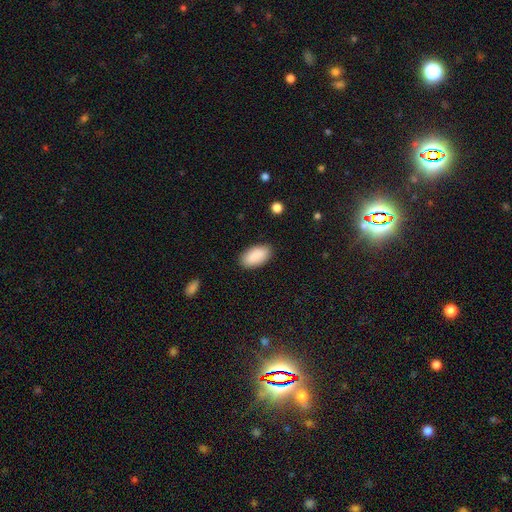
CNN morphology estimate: Q: Smooth or featured?
A: smooth (90%); runner-up: star or artifact (6%)
Q: How rounded?
A: in between (95%); runner-up: round (3%)
Q: Merging?
A: none (86%); runner-up: minor disturbance (10%)